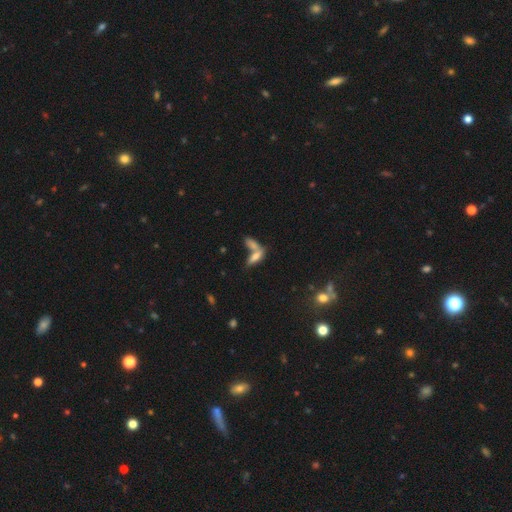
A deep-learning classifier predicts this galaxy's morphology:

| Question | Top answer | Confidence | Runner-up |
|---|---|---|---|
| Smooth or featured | smooth | 57% | featured or disk (28%) |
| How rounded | in between | 57% | cigar-shaped (37%) |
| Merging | merger | 54% | none (32%) |